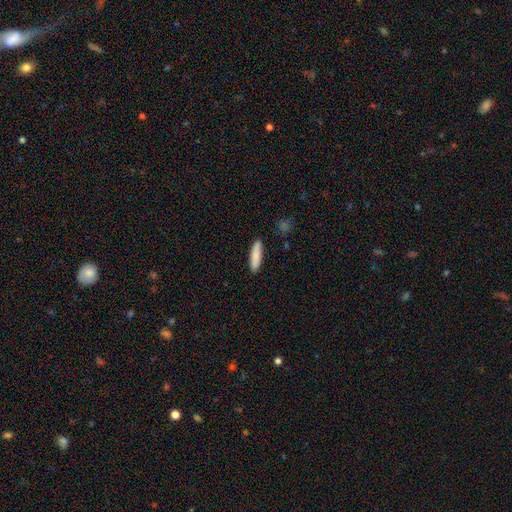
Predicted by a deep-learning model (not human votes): Overall: smooth (86%). How rounded: cigar-shaped (74%). Merging: none (89%).